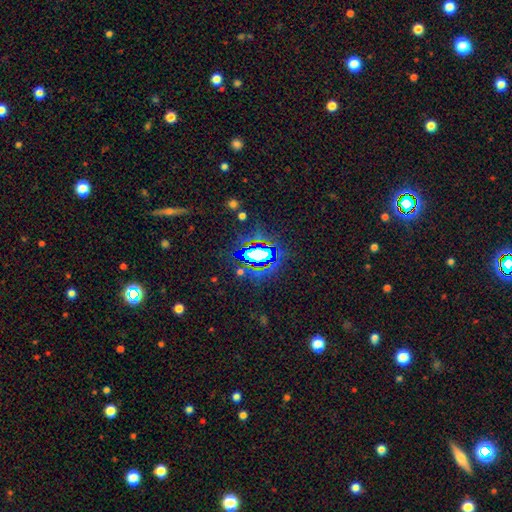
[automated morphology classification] Smooth or featured?
  - star or artifact: 66% *
  - smooth: 21%
  - featured or disk: 13%